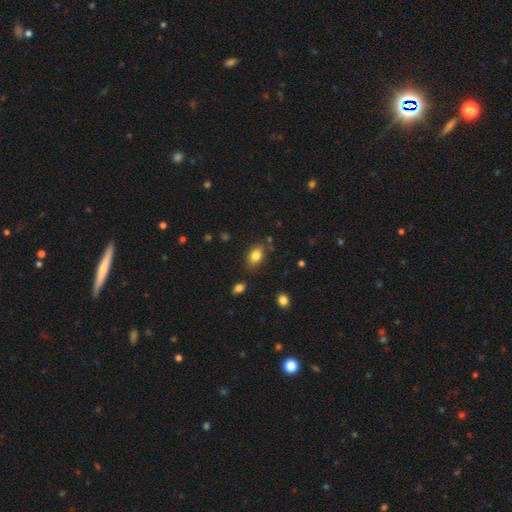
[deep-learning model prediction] Smooth or featured: smooth — 83% (star or artifact — 9%)
How rounded: in between — 83% (round — 15%)
Merging: none — 79% (minor disturbance — 14%)